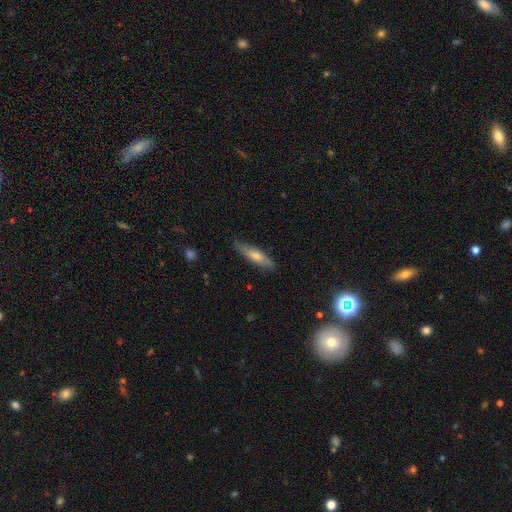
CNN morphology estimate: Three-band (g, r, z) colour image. It shows a smooth galaxy with no disk features (51%) that is cigar-shaped (75%). Merging: none (83%).